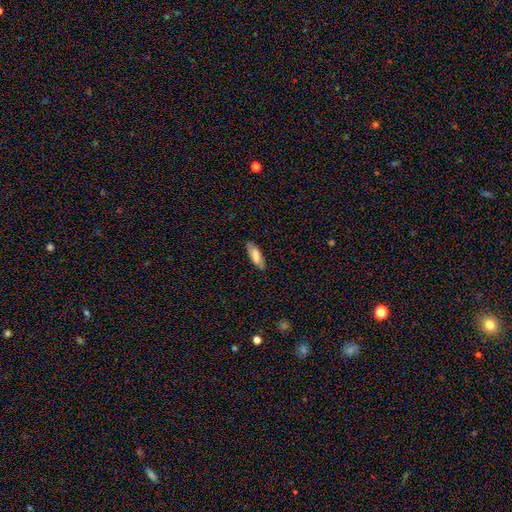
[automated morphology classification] Smooth or featured? smooth (77%)
How rounded? in between (60%)
Merging? none (83%)